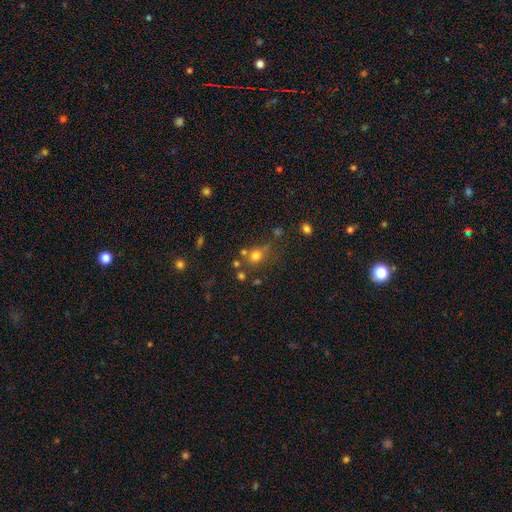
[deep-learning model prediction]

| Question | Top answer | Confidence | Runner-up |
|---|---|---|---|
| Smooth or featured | smooth | 72% | star or artifact (18%) |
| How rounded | round | 76% | in between (23%) |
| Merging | none | 60% | merger (17%) |